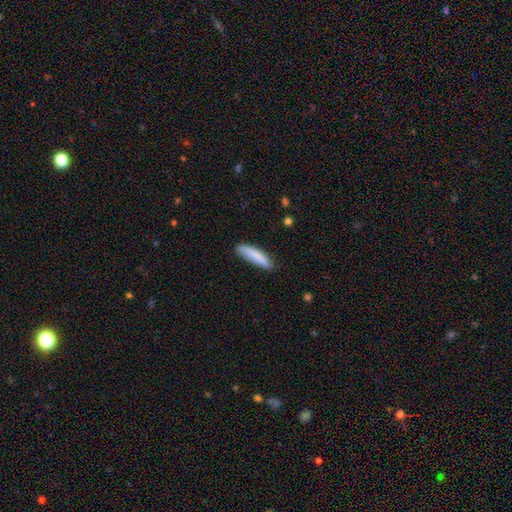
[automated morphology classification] type=smooth (82%); roundness=cigar-shaped (81%); merging=none (78%).